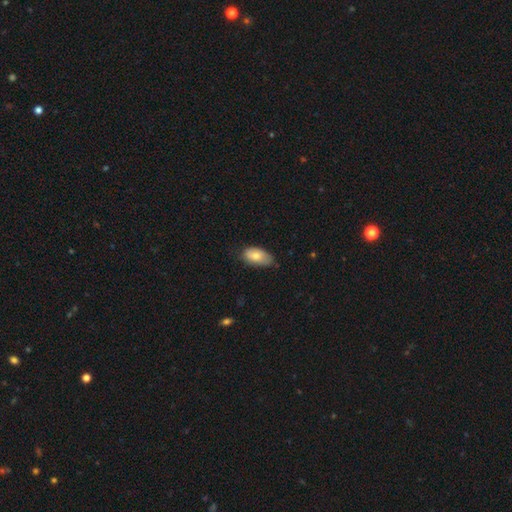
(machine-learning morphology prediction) Overall: smooth (76%). How rounded: in between (94%). Merging: none (63%; minor disturbance 31%).